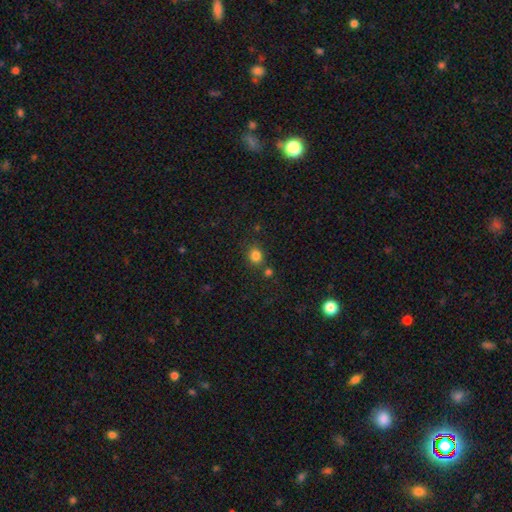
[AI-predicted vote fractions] Q: Smooth or featured?
A: smooth (83%); runner-up: star or artifact (13%)
Q: How rounded?
A: round (67%); runner-up: in between (32%)
Q: Merging?
A: none (75%); runner-up: merger (11%)